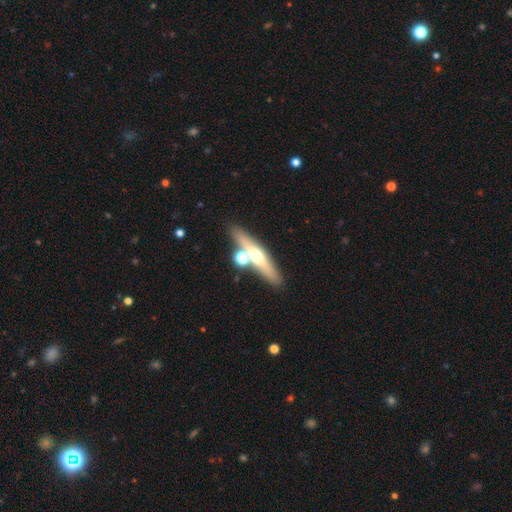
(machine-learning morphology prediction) featured or disk 53%, smooth 38%, star or artifact 10%. Down the decision tree: edge-on disk — yes (83%); merging — none (71%).